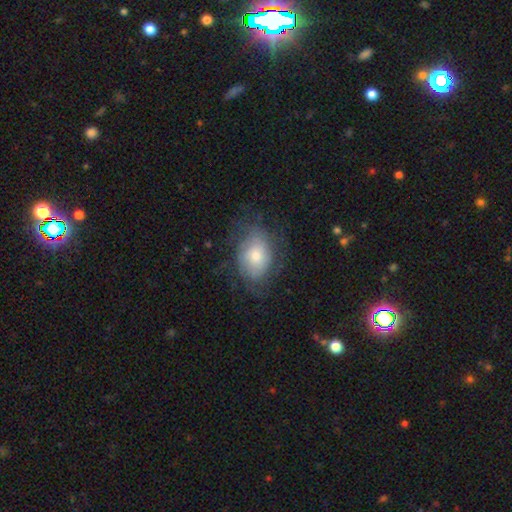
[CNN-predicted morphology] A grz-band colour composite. It shows a featured or disk galaxy (48%). Merging: none (63%).